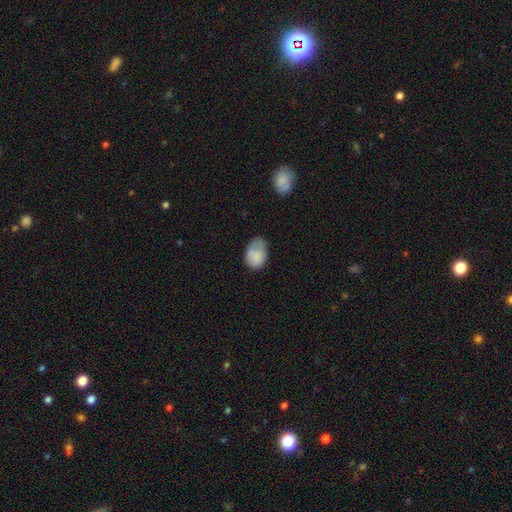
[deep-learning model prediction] Smooth or featured?
  - smooth: 82% *
  - featured or disk: 10%
  - star or artifact: 8%
How rounded?
  - in between: 79% *
  - round: 20%
  - cigar-shaped: 1%
Merging?
  - none: 42% *
  - minor disturbance: 40%
  - major disturbance: 15%
  - merger: 3%